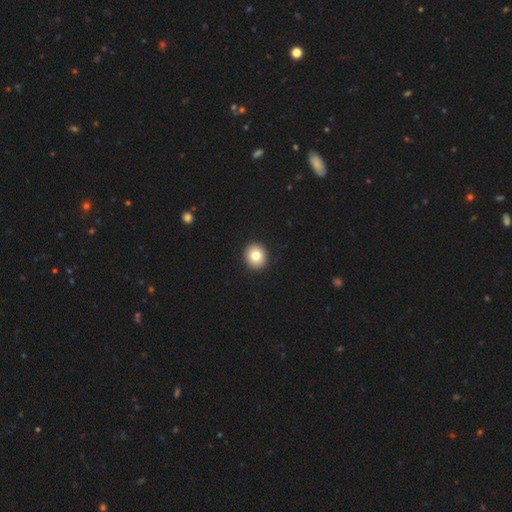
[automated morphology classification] Q: Smooth or featured?
A: smooth (81%); runner-up: featured or disk (10%)
Q: How rounded?
A: round (78%); runner-up: in between (21%)
Q: Merging?
A: none (93%); runner-up: minor disturbance (5%)